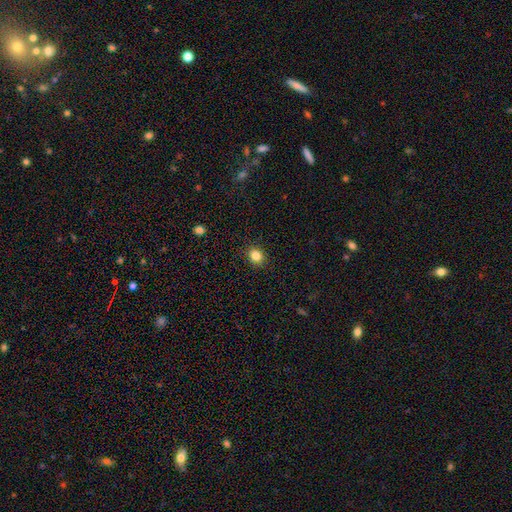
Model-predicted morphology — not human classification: A smooth galaxy with no disk features (85%) that is round (66%). Merging: none (89%).